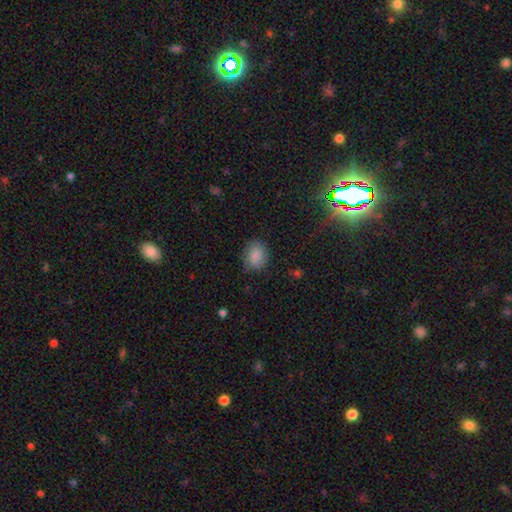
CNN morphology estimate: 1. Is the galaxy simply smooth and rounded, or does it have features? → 85% smooth, 8% star or artifact, 7% featured or disk.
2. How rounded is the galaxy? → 57% round, 42% in between, 1% cigar-shaped.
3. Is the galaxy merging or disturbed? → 78% none, 17% minor disturbance, 4% major disturbance, 1% merger.